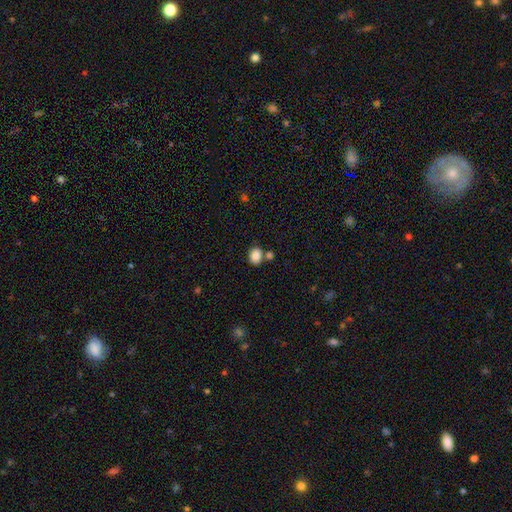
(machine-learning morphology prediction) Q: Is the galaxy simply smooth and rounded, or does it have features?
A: smooth — 86%.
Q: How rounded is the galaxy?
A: in between — 55%.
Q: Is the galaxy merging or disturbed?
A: none — 65%.